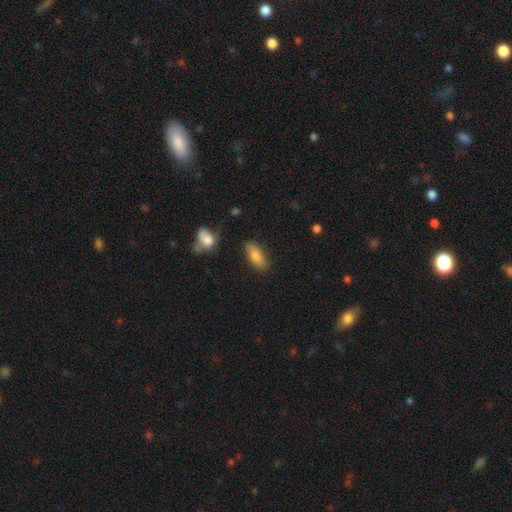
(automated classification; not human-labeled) smooth_or_featured: smooth (p=0.84) [alt: featured or disk p=0.09]
how_rounded: in between (p=0.80) [alt: cigar-shaped p=0.18]
merging: none (p=0.79) [alt: minor disturbance p=0.14]